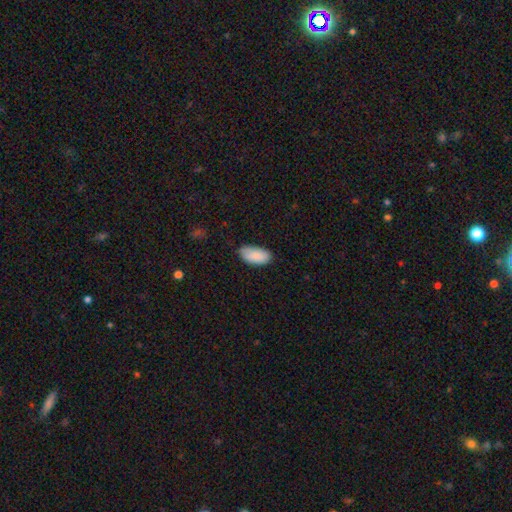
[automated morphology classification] The model was most divided on "merging": none: 74%, minor disturbance: 22%, major disturbance: 3%, merger: 1%. More confident: how rounded — in between (94%); smooth or featured — smooth (89%).